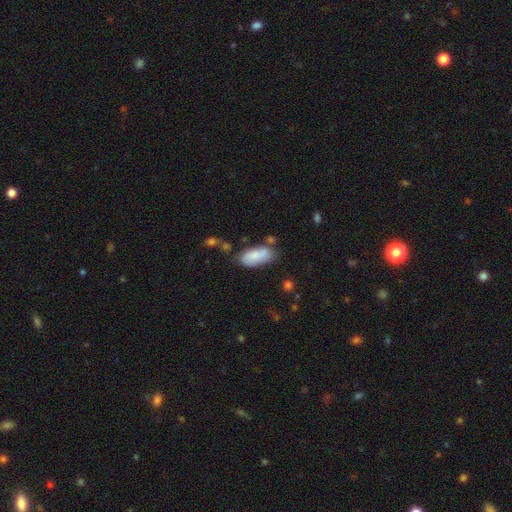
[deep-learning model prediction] A smooth galaxy with no disk features (82%) that is in between round and cigar-shaped (87%).

Vote fractions:
- Smooth or featured? smooth: 82% / featured or disk: 11% / star or artifact: 7%
- How rounded? in between: 87% / cigar-shaped: 11% / round: 2%
- Merging? none: 60% / minor disturbance: 23% / merger: 10% / major disturbance: 7%